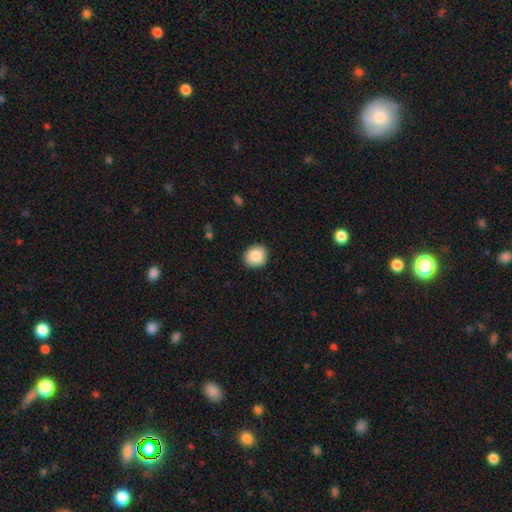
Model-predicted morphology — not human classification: Smooth or featured: smooth — 86% (star or artifact — 8%)
How rounded: round — 85% (in between — 14%)
Merging: none — 91% (minor disturbance — 7%)